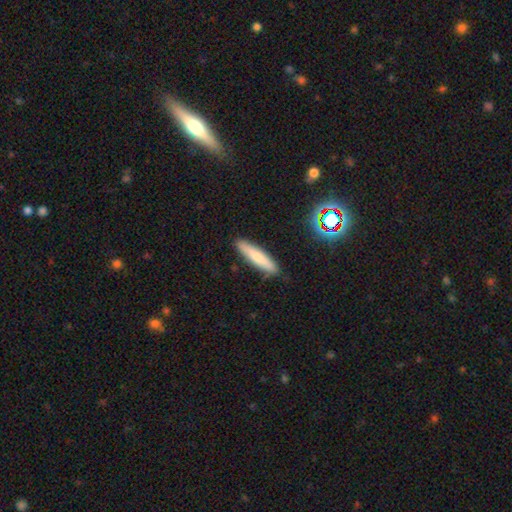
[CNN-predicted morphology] A smooth galaxy with no disk features (72%) that is cigar-shaped (86%).

Vote fractions:
- Smooth or featured? smooth: 72% / featured or disk: 19% / star or artifact: 9%
- How rounded? cigar-shaped: 86% / in between: 13% / round: 1%
- Merging? none: 88% / minor disturbance: 9% / major disturbance: 2% / merger: 1%